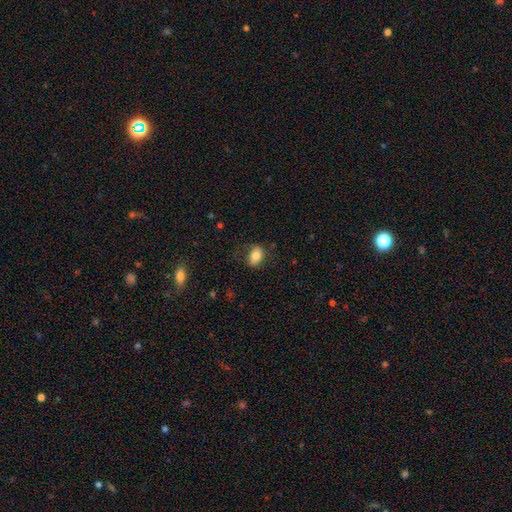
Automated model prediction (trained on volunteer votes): Morphology: type=smooth (77%); roundness=in between (83%); merging=none (76%).